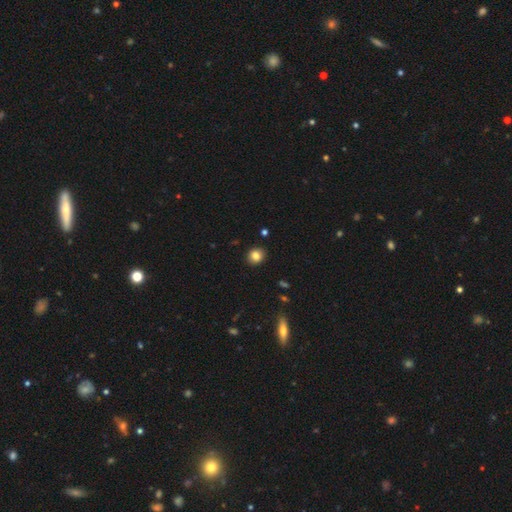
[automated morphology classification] This is clearly a smooth galaxy (83%). How rounded: likely round (75%). Merging: clearly none (89%).